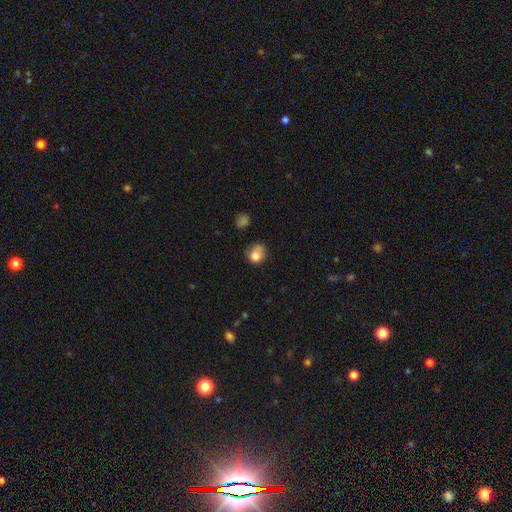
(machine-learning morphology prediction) smooth_or_featured: smooth (p=0.80) [alt: star or artifact p=0.10]
how_rounded: round (p=0.76) [alt: in between p=0.24]
merging: none (p=0.50) [alt: minor disturbance p=0.32]